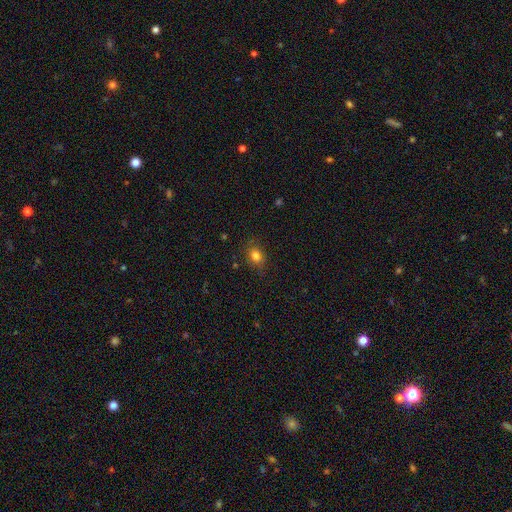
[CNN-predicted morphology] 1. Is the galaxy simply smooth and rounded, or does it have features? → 81% smooth, 12% star or artifact, 6% featured or disk.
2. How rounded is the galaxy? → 50% in between, 49% round, 1% cigar-shaped.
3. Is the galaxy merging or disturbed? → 81% none, 14% minor disturbance, 4% major disturbance, 1% merger.